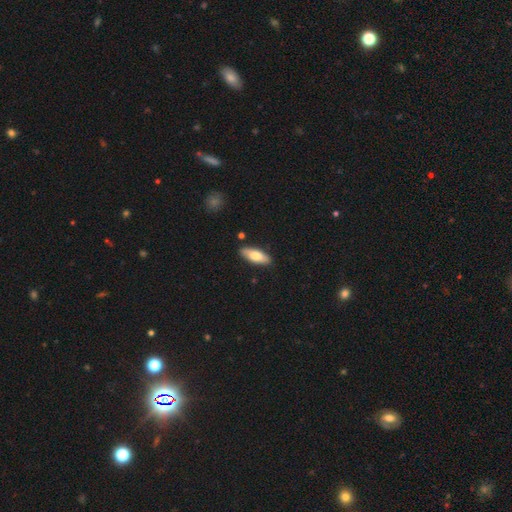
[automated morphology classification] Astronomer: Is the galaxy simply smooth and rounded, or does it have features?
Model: smooth — 72%.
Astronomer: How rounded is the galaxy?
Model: in between — 70%.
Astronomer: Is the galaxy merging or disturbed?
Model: none — 86%.